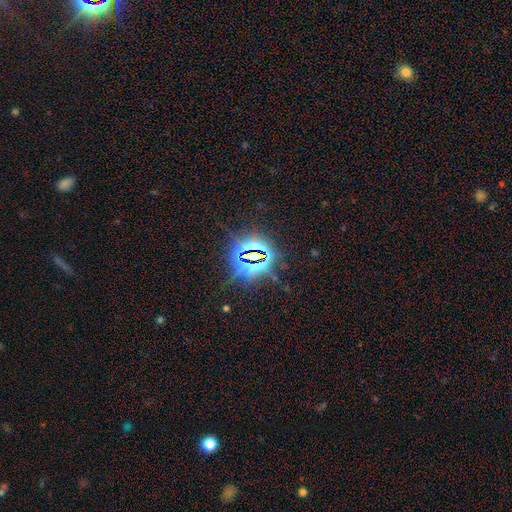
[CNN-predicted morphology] Q: Smooth or featured?
A: star or artifact (83%); runner-up: smooth (10%)